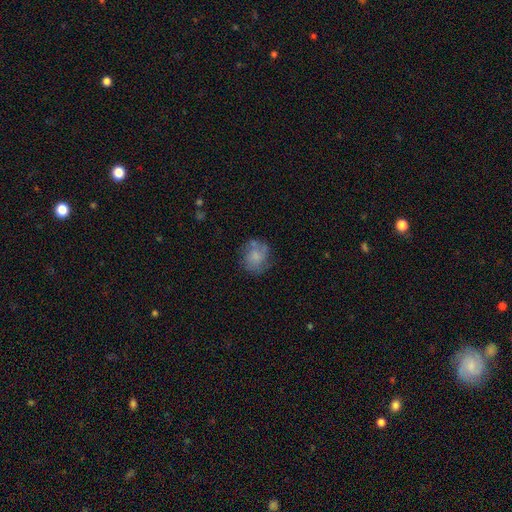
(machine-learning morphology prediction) A smooth galaxy with no disk features (63%) that is round (71%).

Vote fractions:
- Smooth or featured? smooth: 63% / featured or disk: 28% / star or artifact: 9%
- How rounded? round: 71% / in between: 28% / cigar-shaped: 1%
- Merging? none: 61% / minor disturbance: 22% / major disturbance: 10% / merger: 6%